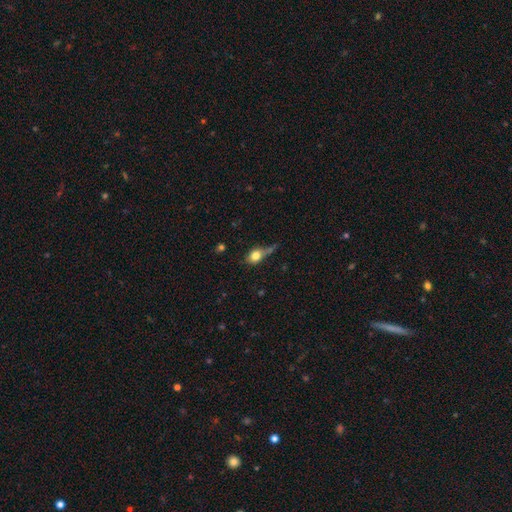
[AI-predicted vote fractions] Smooth or featured? smooth (74%)
How rounded? in between (56%)
Merging? none (36%)